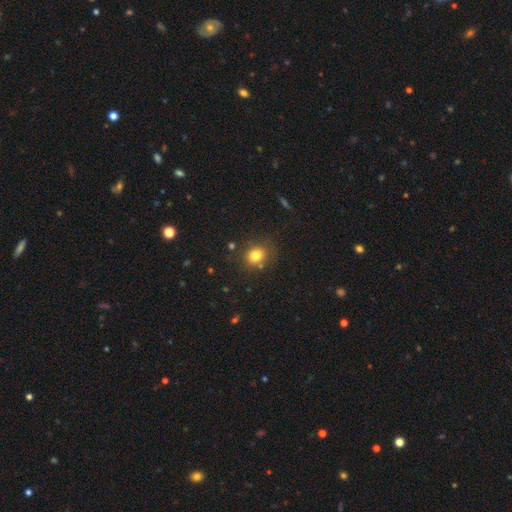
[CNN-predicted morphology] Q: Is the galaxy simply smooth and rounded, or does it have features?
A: smooth — 79%.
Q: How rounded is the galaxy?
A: round — 64%.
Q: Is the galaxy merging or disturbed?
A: none — 78%.